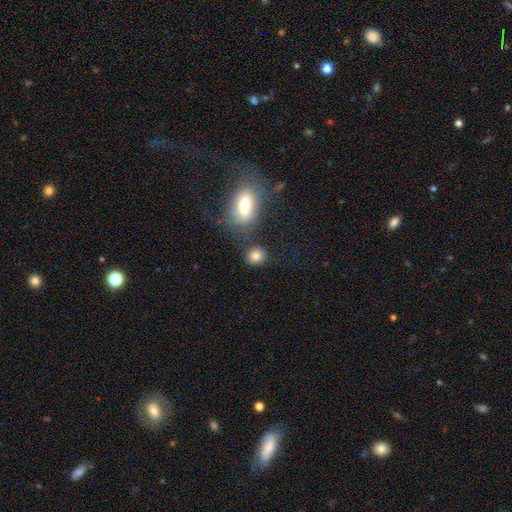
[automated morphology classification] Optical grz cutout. It shows a smooth galaxy with no disk features (81%) that is round (79%). Merging: none (76%).